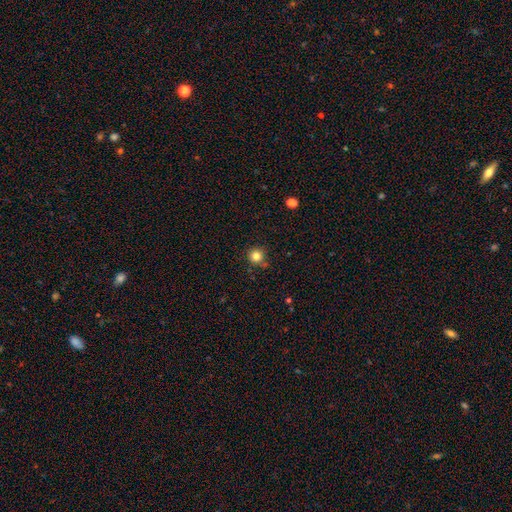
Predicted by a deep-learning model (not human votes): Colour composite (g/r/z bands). It shows a smooth galaxy with no disk features (82%) that is round (94%). Merging: none (83%).